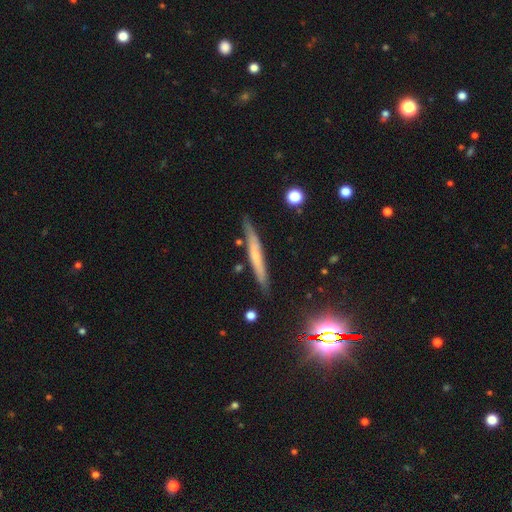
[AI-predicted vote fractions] Morphology: type=smooth (45%, tied with featured or disk); merging=none (83%).